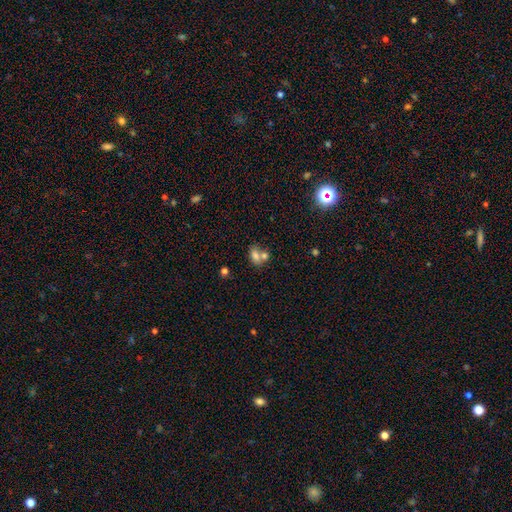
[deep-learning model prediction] smooth_or_featured: smooth (p=0.73) [alt: featured or disk p=0.15]
how_rounded: in between (p=0.74) [alt: round p=0.23]
merging: merger (p=0.53) [alt: none p=0.33]